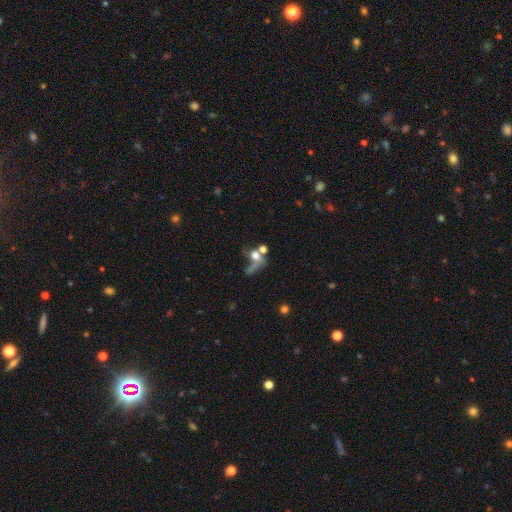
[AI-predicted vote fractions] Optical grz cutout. It shows a smooth galaxy with no disk features (55%) that is in between round and cigar-shaped (48%). Merging: merger (40%).